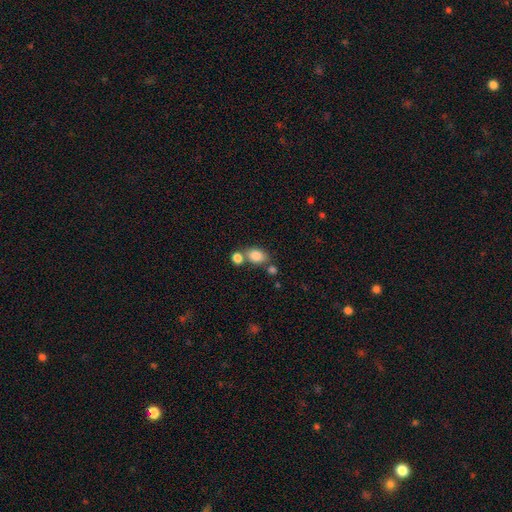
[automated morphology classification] The model was most divided on "merging": none: 52%, merger: 31%, minor disturbance: 12%, major disturbance: 5%. More confident: smooth or featured — smooth (84%); how rounded — in between (73%).